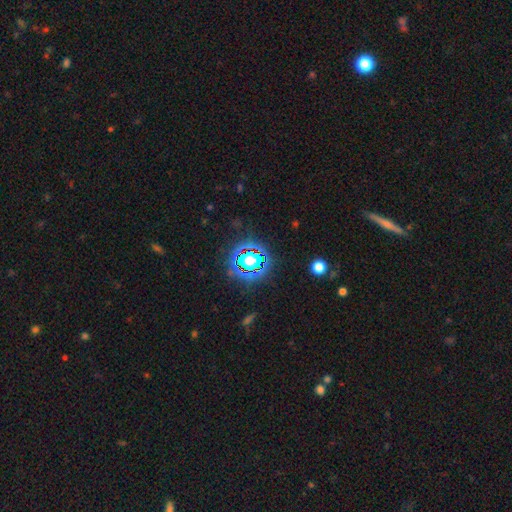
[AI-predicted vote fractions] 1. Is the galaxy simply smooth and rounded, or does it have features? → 77% star or artifact, 13% smooth, 9% featured or disk.